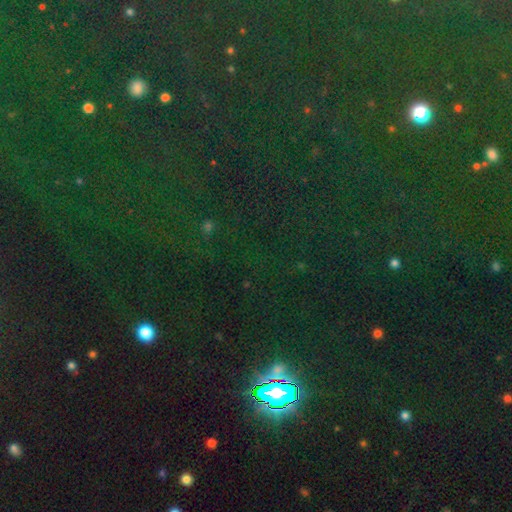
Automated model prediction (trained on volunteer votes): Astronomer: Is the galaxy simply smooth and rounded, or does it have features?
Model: star or artifact — 82%.